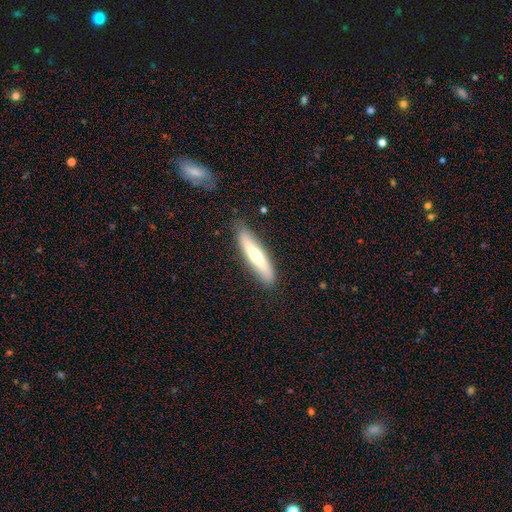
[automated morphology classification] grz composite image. It shows a smooth galaxy with no disk features (56%) that is cigar-shaped (81%). Merging: none (83%).